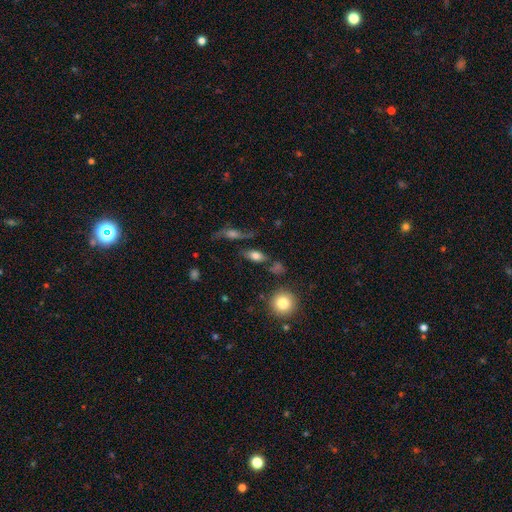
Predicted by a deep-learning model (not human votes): This appears to be a smooth galaxy with no disk features (68%) that is in between round and cigar-shaped (78%). Merging: none (68%).